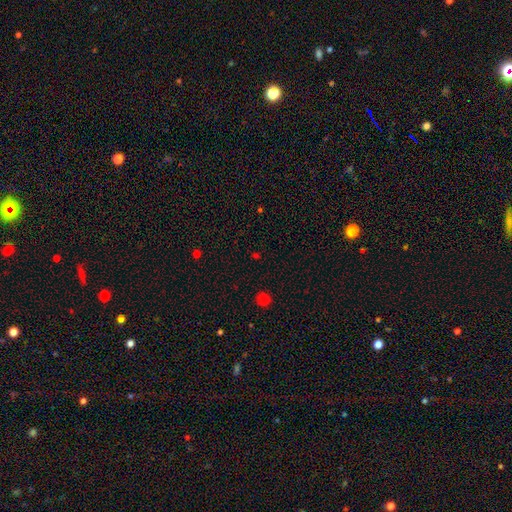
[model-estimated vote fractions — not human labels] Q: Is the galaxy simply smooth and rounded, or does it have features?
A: star or artifact — 53%.